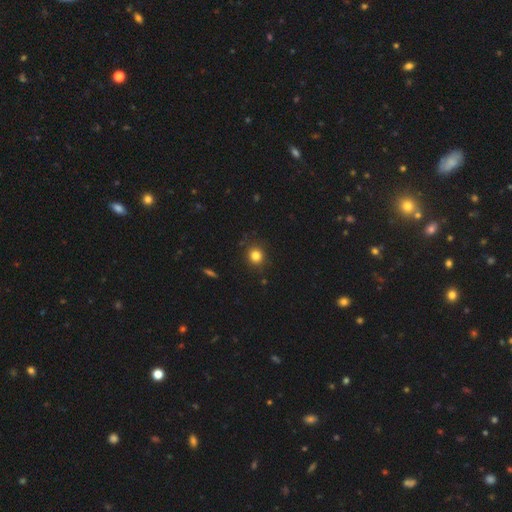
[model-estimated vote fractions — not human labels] The model was most divided on "how rounded": round: 84%, in between: 15%, cigar-shaped: 1%. More confident: merging — none (88%); smooth or featured — smooth (82%).